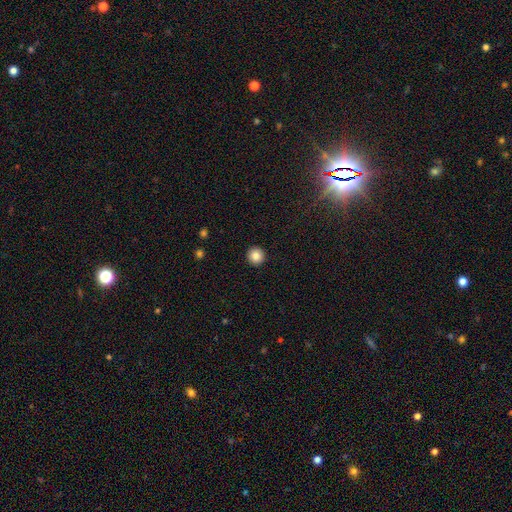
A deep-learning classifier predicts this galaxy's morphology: This is clearly a smooth galaxy (85%). How rounded: clearly round (95%). Merging: clearly none (93%).